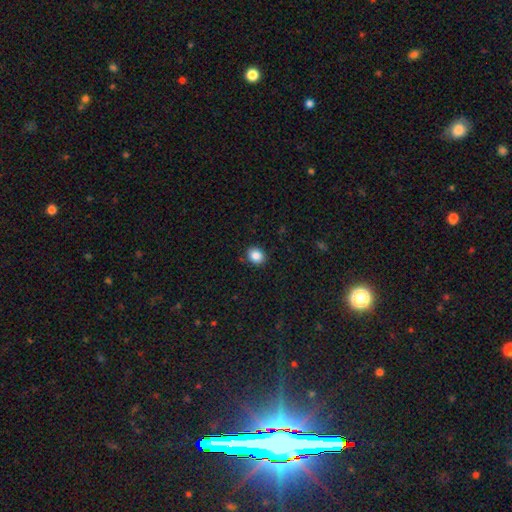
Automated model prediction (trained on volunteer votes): smooth_or_featured: smooth (p=0.86) [alt: star or artifact p=0.10]
how_rounded: round (p=0.65) [alt: in between p=0.34]
merging: none (p=0.90) [alt: minor disturbance p=0.07]